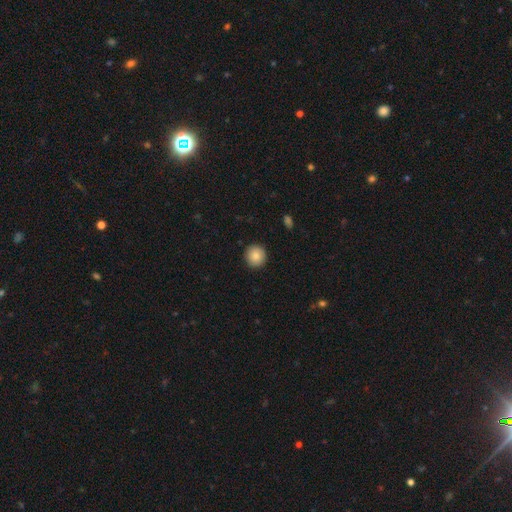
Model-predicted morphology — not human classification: smooth 85%, star or artifact 8%, featured or disk 7%. Down the decision tree: how rounded — round (94%); merging — none (91%).